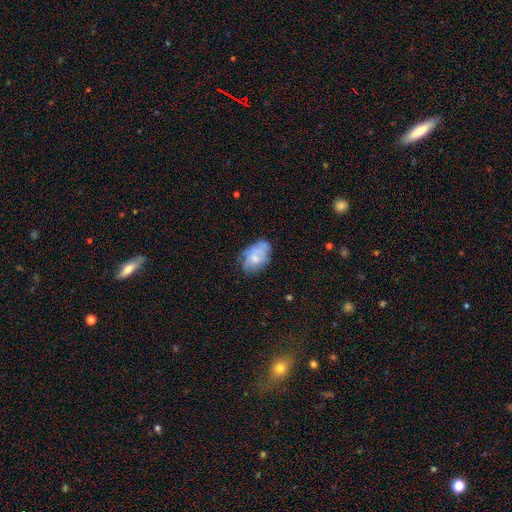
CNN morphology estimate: A smooth galaxy with no disk features (53%) that is in between round and cigar-shaped (88%).

Vote fractions:
- Smooth or featured? smooth: 53% / featured or disk: 38% / star or artifact: 9%
- How rounded? in between: 88% / round: 10% / cigar-shaped: 2%
- Merging? none: 55% / minor disturbance: 30% / major disturbance: 12% / merger: 3%